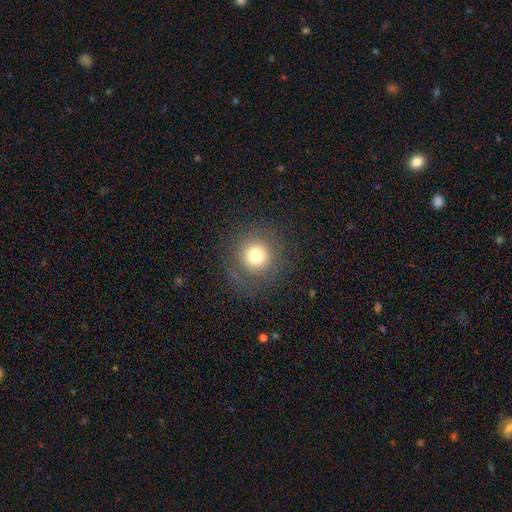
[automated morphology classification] smooth_or_featured: smooth (p=0.73) [alt: star or artifact p=0.14]
how_rounded: round (p=0.93) [alt: in between p=0.06]
merging: none (p=0.84) [alt: minor disturbance p=0.09]